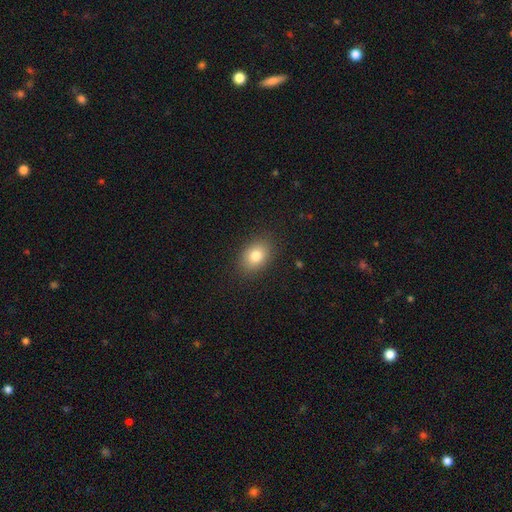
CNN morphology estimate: Overall: smooth (80%). How rounded: in between (74%). Merging: none (88%).